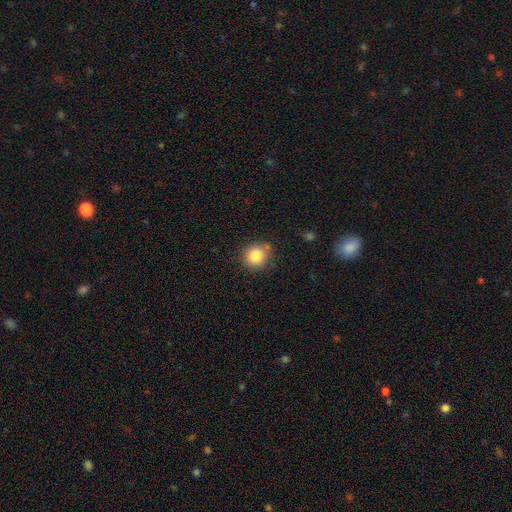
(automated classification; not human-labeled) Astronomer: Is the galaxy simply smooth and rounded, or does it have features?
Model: smooth — 84%.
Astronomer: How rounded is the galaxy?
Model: round — 88%.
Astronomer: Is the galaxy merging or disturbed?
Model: none — 80%.